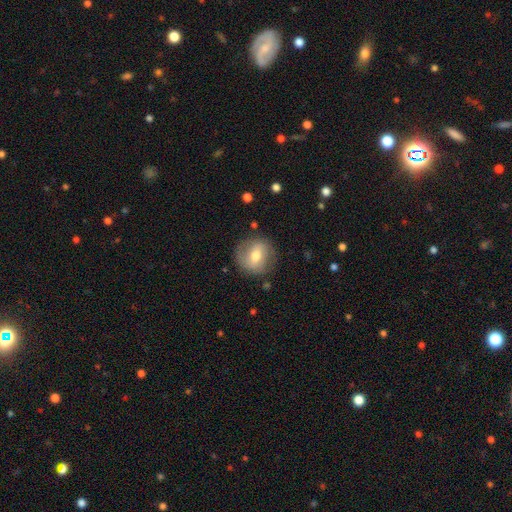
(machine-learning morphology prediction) Smooth or featured? Predicted: smooth (p=0.54). How rounded? Predicted: round (p=0.86). Merging? Predicted: none (p=0.80).